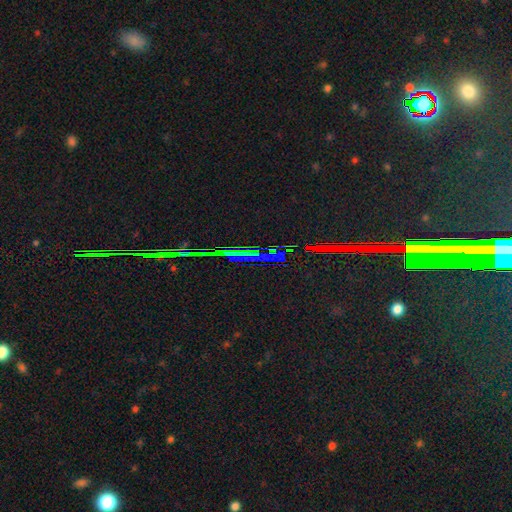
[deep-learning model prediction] Q: Smooth or featured?
A: star or artifact (82%); runner-up: featured or disk (10%)